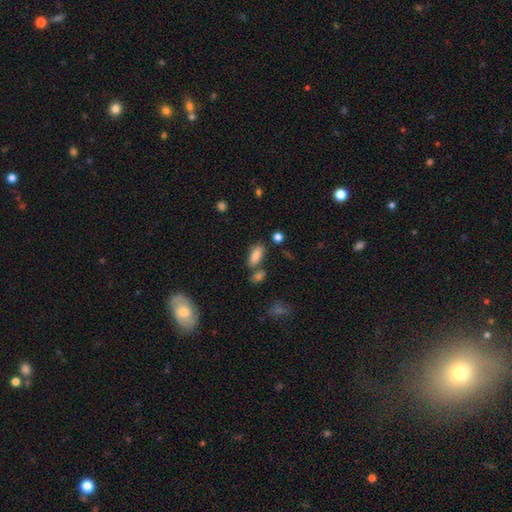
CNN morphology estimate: Smooth or featured?
  - smooth: 83% *
  - featured or disk: 9%
  - star or artifact: 8%
How rounded?
  - in between: 81% *
  - cigar-shaped: 16%
  - round: 3%
Merging?
  - none: 67% *
  - merger: 14%
  - minor disturbance: 14%
  - major disturbance: 4%